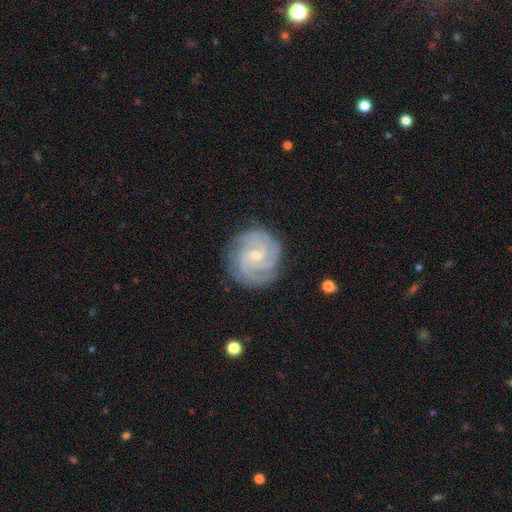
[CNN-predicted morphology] smooth-or-featured: featured or disk: 90% | smooth: 5% | star or artifact: 5%
  disk-edge-on: no: 98% | yes: 2%
    bar: no: 57% | weak: 35% | strong: 8%
    has-spiral-arms: yes: 98% | no: 2%
      spiral-winding: tight: 74% | medium: 24% | loose: 3%
      spiral-arm-count: 3: 43% | 4: 19% | 2: 17% | can't tell: 11% | more than 4: 6% | 1: 5%
    bulge-size: small: 69% | moderate: 28% | none: 2% | large: 1% | dominant: 1%
  merging: none: 83% | minor disturbance: 13% | major disturbance: 3% | merger: 1%